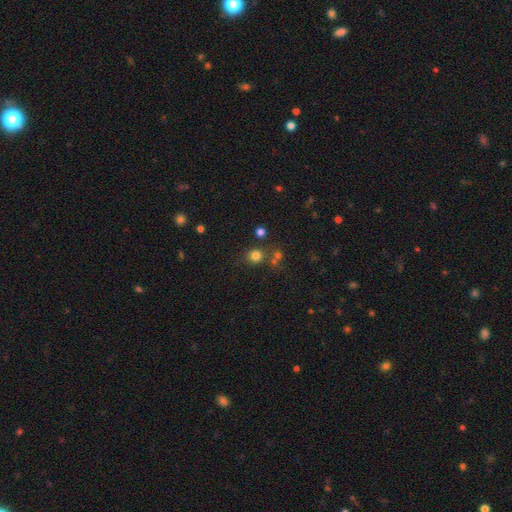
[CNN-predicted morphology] smooth_or_featured: smooth (p=0.76) [alt: star or artifact p=0.17]
how_rounded: round (p=0.87) [alt: in between p=0.12]
merging: none (p=0.74) [alt: merger p=0.12]